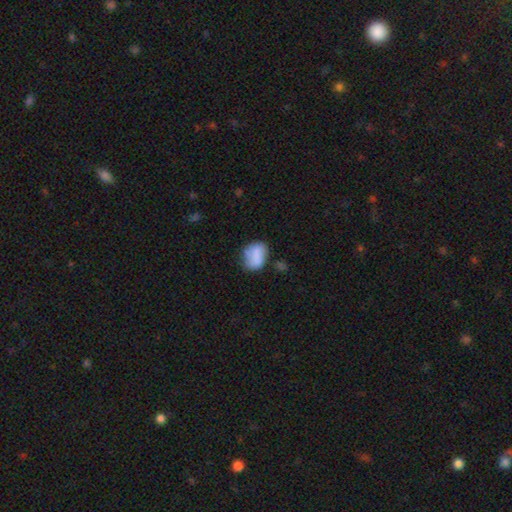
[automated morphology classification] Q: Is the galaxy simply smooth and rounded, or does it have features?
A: smooth — 77%.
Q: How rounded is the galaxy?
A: in between — 64%.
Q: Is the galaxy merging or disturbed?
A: none — 52%.